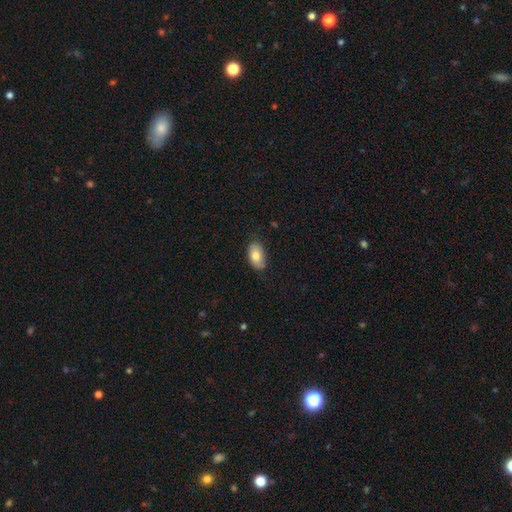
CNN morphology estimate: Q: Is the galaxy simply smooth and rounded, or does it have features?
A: smooth — 80%.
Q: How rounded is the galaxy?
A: in between — 93%.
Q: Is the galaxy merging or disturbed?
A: none — 75%.